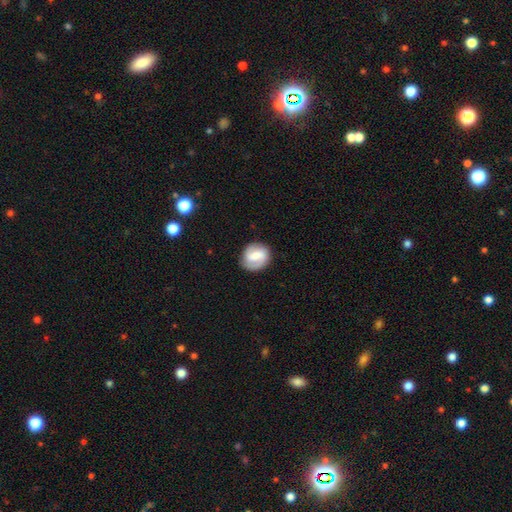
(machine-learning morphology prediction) Smooth or featured? featured or disk (54%)
Edge-on disk? no (97%)
Bar? weak (46%)
Spiral arms? yes (86%)
Bulge size? moderate (29%)
Merging? none (78%)